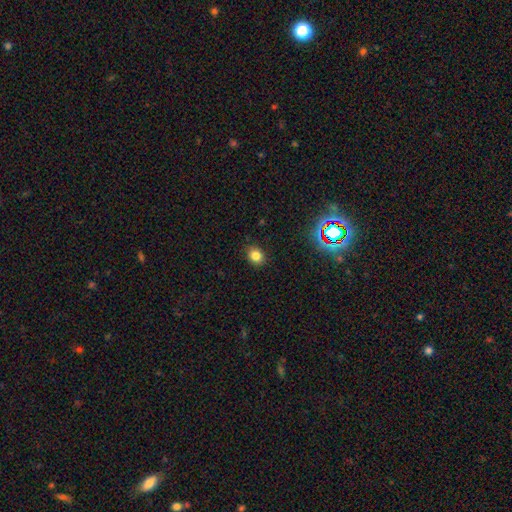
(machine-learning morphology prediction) This is clearly a smooth galaxy (81%). How rounded: likely round (61%). Merging: clearly none (87%).